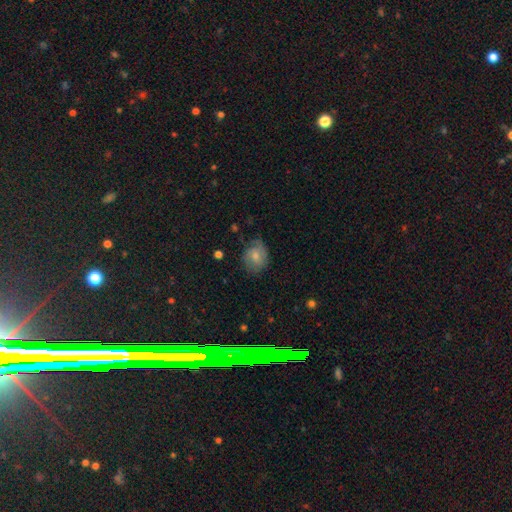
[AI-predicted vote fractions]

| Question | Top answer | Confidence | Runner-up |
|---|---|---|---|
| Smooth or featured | smooth | 60% | featured or disk (32%) |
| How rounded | round | 52% | in between (47%) |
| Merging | none | 62% | minor disturbance (28%) |